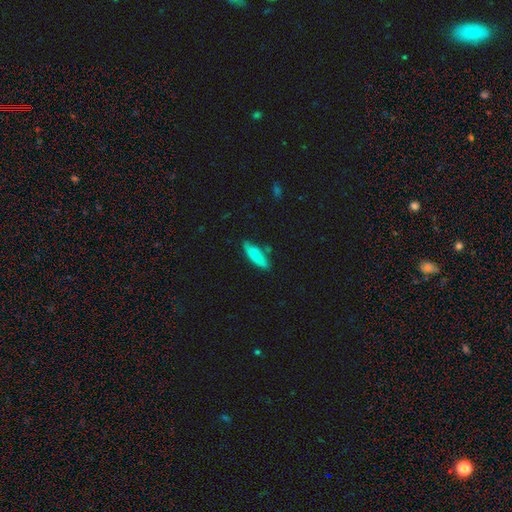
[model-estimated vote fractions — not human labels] Smooth or featured: smooth — 74% (featured or disk — 19%)
How rounded: cigar-shaped — 55% (in between — 43%)
Merging: none — 68% (minor disturbance — 23%)